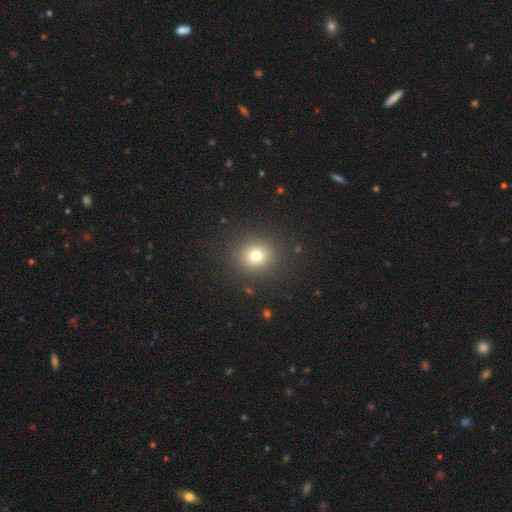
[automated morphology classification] smooth-or-featured: smooth: 74% | star or artifact: 16% | featured or disk: 10%
  how-rounded: round: 83% | in between: 16% | cigar-shaped: 1%
  merging: none: 88% | minor disturbance: 7% | major disturbance: 4% | merger: 1%